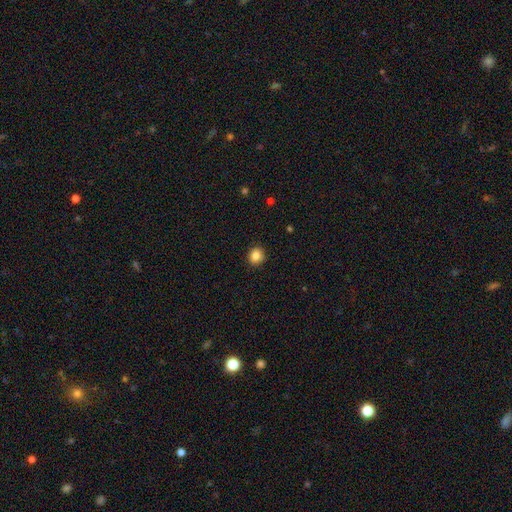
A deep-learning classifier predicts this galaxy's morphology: Smooth or featured? smooth (86%)
How rounded? round (82%)
Merging? none (90%)